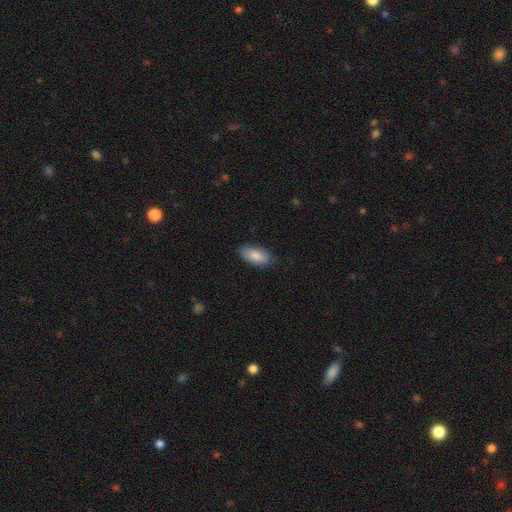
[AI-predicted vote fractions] This appears to be a smooth galaxy with no disk features (87%) that is in between round and cigar-shaped (91%). Merging: none (81%).